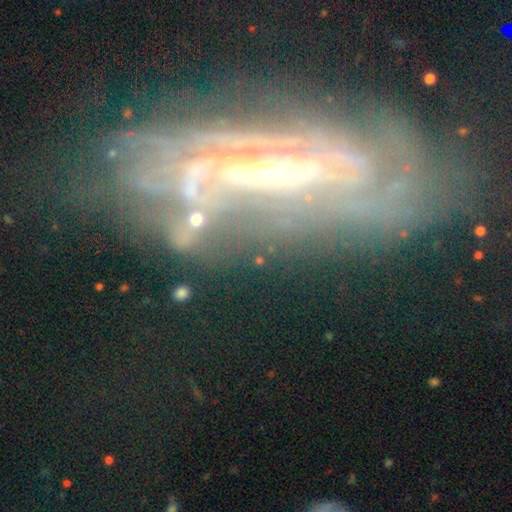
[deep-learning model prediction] smooth-or-featured: featured or disk: 82% | star or artifact: 9% | smooth: 9%
  disk-edge-on: no: 82% | yes: 18%
    bar: no: 49% | weak: 29% | strong: 22%
    has-spiral-arms: yes: 87% | no: 13%
      spiral-winding: tight: 66% | medium: 25% | loose: 9%
      spiral-arm-count: can't tell: 42% | 2: 22% | 3: 13% | 4: 8% | more than 4: 7% | 1: 7%
    bulge-size: small: 48% | moderate: 43% | large: 5% | none: 3% | dominant: 2%
  merging: none: 60% | minor disturbance: 21% | major disturbance: 14% | merger: 4%